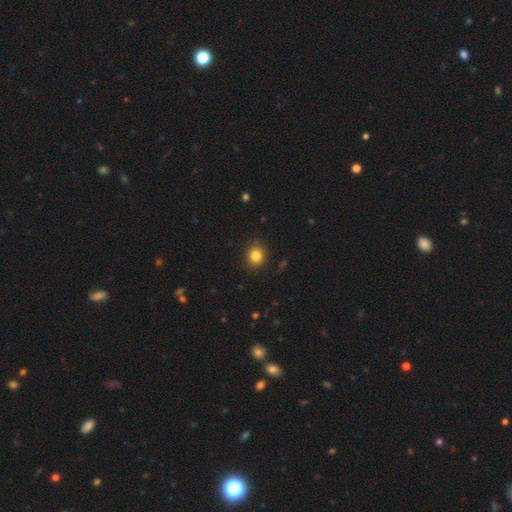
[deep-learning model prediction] Smooth or featured? Predicted: smooth (p=0.85). How rounded? Predicted: round (p=0.76). Merging? Predicted: none (p=0.87).